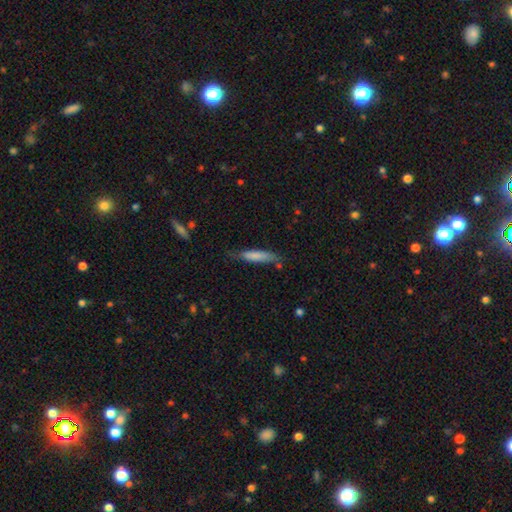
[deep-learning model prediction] Q: Smooth or featured?
A: smooth (77%); runner-up: featured or disk (17%)
Q: How rounded?
A: cigar-shaped (81%); runner-up: in between (18%)
Q: Merging?
A: none (64%); runner-up: minor disturbance (27%)